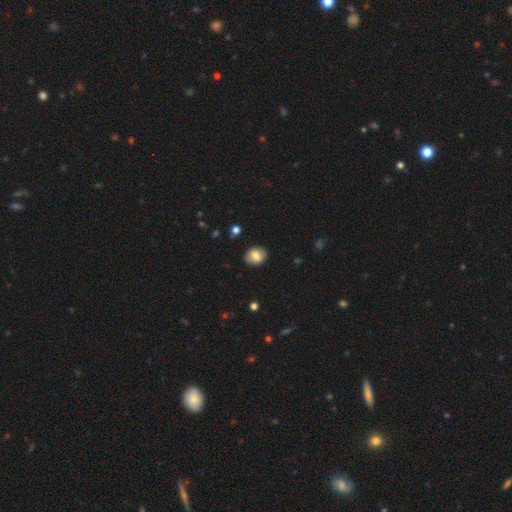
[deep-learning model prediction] smooth_or_featured: smooth (p=0.74) [alt: featured or disk p=0.17]
how_rounded: round (p=0.56) [alt: in between p=0.43]
merging: none (p=0.87) [alt: minor disturbance p=0.09]